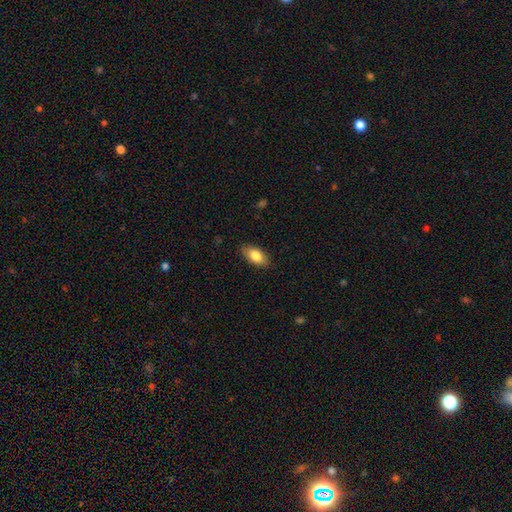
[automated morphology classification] Overall: smooth (83%). How rounded: in between (91%). Merging: none (86%).